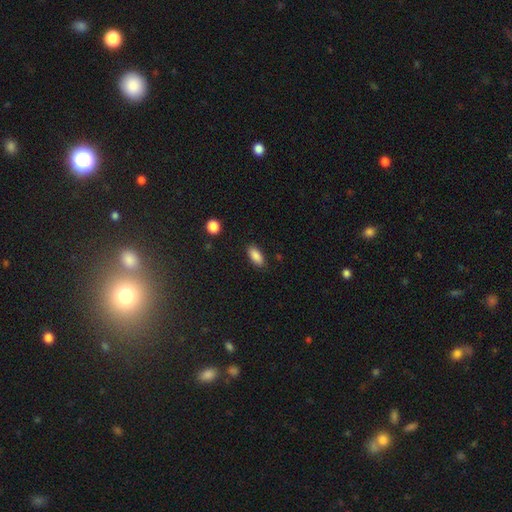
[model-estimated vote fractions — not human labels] Q: Smooth or featured?
A: smooth (88%); runner-up: star or artifact (7%)
Q: How rounded?
A: in between (85%); runner-up: cigar-shaped (13%)
Q: Merging?
A: none (85%); runner-up: minor disturbance (11%)